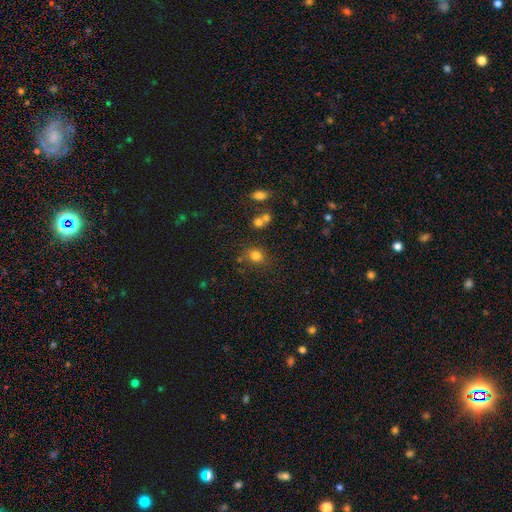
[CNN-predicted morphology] smooth 79%, star or artifact 15%, featured or disk 7%. Down the decision tree: how rounded — round (71%); merging — none (73%).